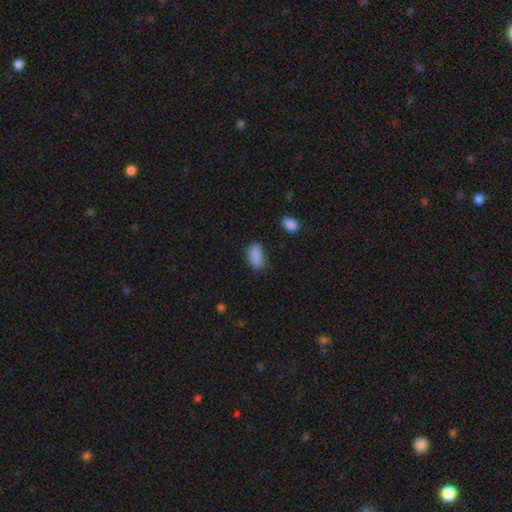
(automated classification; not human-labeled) This appears to be a smooth galaxy with no disk features (86%) that is in between round and cigar-shaped (91%). Merging: none (61%).